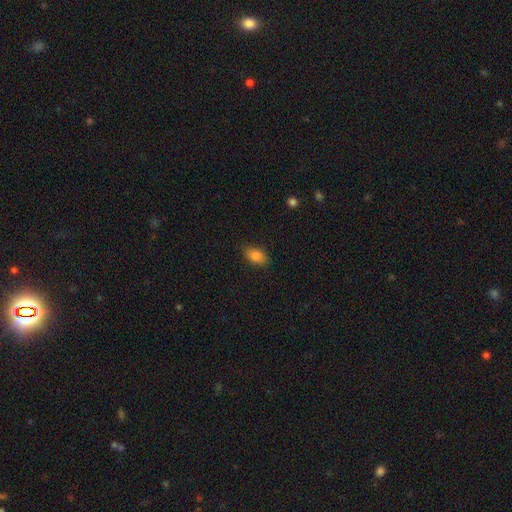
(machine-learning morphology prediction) smooth-or-featured: smooth: 85% | star or artifact: 9% | featured or disk: 6%
  how-rounded: in between: 89% | round: 9% | cigar-shaped: 3%
  merging: none: 83% | minor disturbance: 13% | major disturbance: 3% | merger: 1%